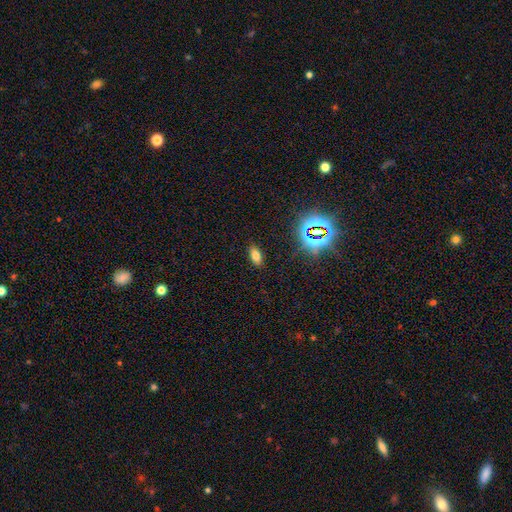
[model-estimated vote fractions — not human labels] Q: Smooth or featured?
A: smooth (70%); runner-up: star or artifact (21%)
Q: How rounded?
A: in between (86%); runner-up: cigar-shaped (9%)
Q: Merging?
A: none (87%); runner-up: minor disturbance (9%)